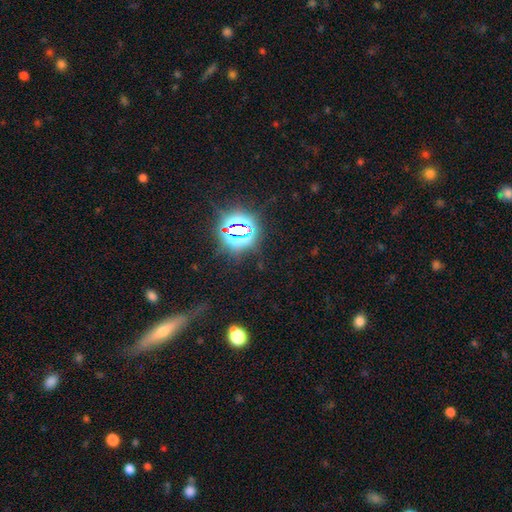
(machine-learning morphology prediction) Smooth or featured: star or artifact — 72% (smooth — 16%)